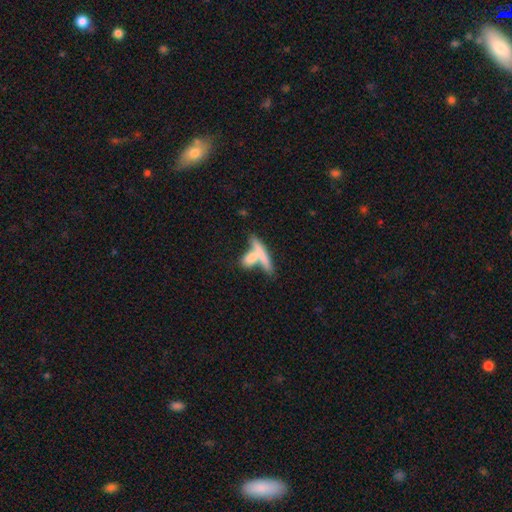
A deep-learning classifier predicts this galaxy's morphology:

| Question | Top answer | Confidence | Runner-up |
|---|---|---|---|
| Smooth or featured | smooth | 67% | featured or disk (26%) |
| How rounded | cigar-shaped | 66% | in between (27%) |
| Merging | merger | 47% | none (38%) |